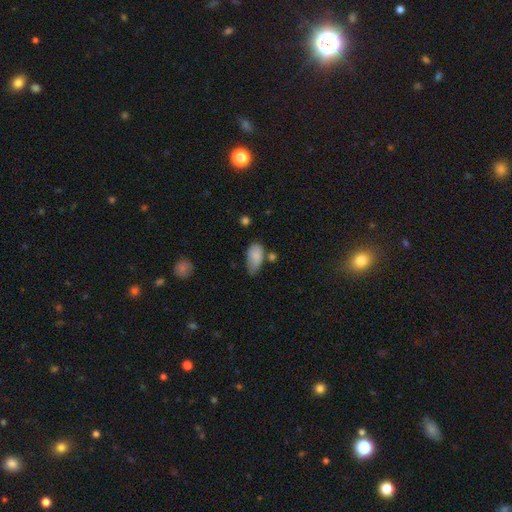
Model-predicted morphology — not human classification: Smooth or featured?
  - smooth: 83% *
  - featured or disk: 9%
  - star or artifact: 8%
How rounded?
  - in between: 92% *
  - round: 5%
  - cigar-shaped: 3%
Merging?
  - minor disturbance: 43% *
  - none: 36%
  - major disturbance: 12%
  - merger: 8%